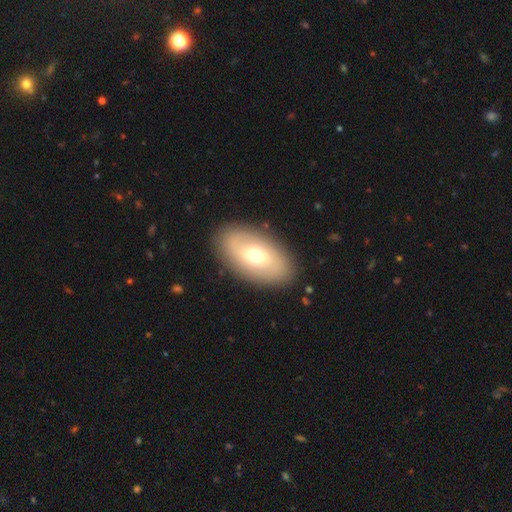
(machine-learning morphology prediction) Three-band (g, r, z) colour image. It shows a smooth galaxy with no disk features (56%) that is in between round and cigar-shaped (92%). Merging: none (89%).